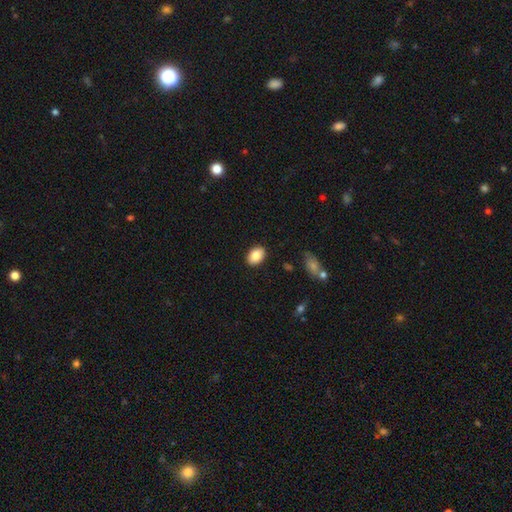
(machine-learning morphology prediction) smooth 85%, star or artifact 8%, featured or disk 7%. Down the decision tree: how rounded — in between (82%); merging — none (88%).